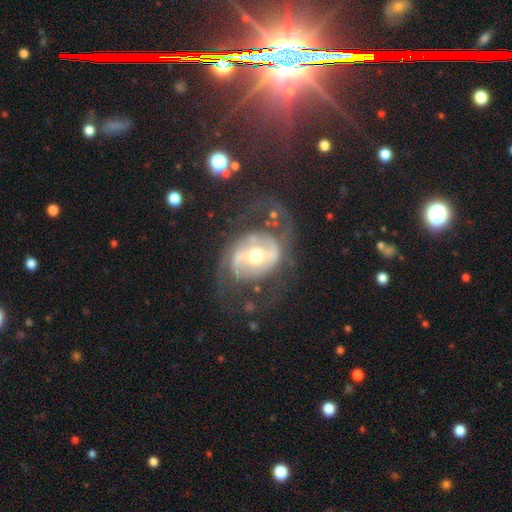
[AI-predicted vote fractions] Smooth or featured?
  - featured or disk: 80% *
  - smooth: 14%
  - star or artifact: 6%
Edge-on disk?
  - no: 96% *
  - yes: 4%
Bar?
  - weak: 35% * (tied)
  - strong: 35% * (tied)
  - no: 29%
Spiral arms?
  - yes: 75% *
  - no: 25%
Spiral winding?
  - medium: 45% *
  - loose: 32%
  - tight: 23%
Spiral arm count?
  - 2: 80% *
  - can't tell: 12%
  - 1: 4%
  - 3: 2%
  - 4: 1%
  - more than 4: 1%
Bulge size?
  - moderate: 68% *
  - small: 21%
  - large: 9%
  - dominant: 1%
  - none: 1%
Merging?
  - none: 58% *
  - major disturbance: 23%
  - minor disturbance: 17%
  - merger: 3%